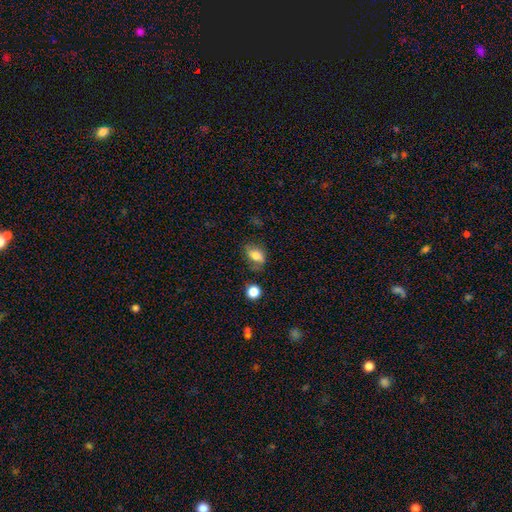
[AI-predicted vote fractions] This appears to be a smooth galaxy with no disk features (73%) that is in between round and cigar-shaped (77%). Merging: none (63%).